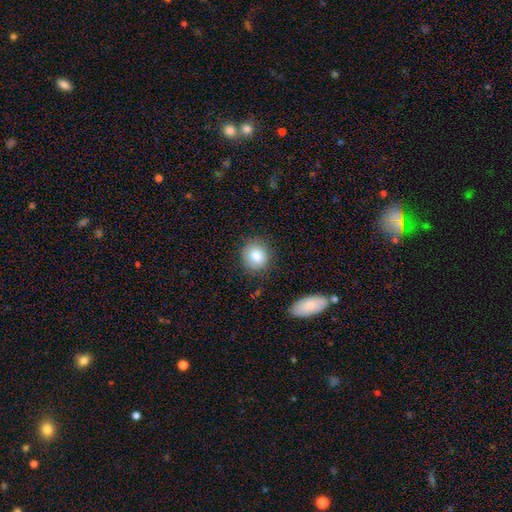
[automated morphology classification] This is clearly a smooth galaxy (82%). How rounded: clearly round (83%). Merging: clearly none (84%).